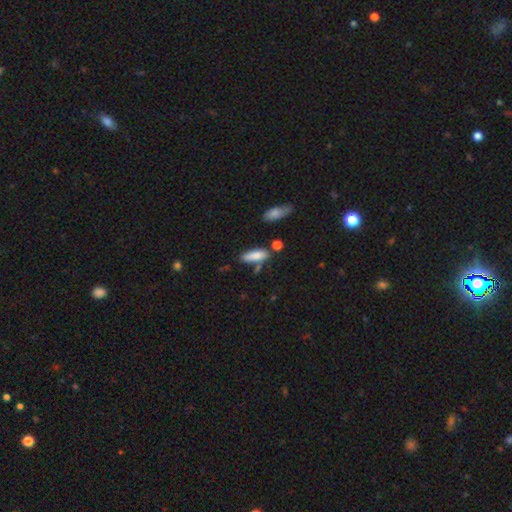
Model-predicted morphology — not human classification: Smooth or featured? Predicted: smooth (p=0.81). How rounded? Predicted: in between (p=0.61). Merging? Predicted: none (p=0.64).